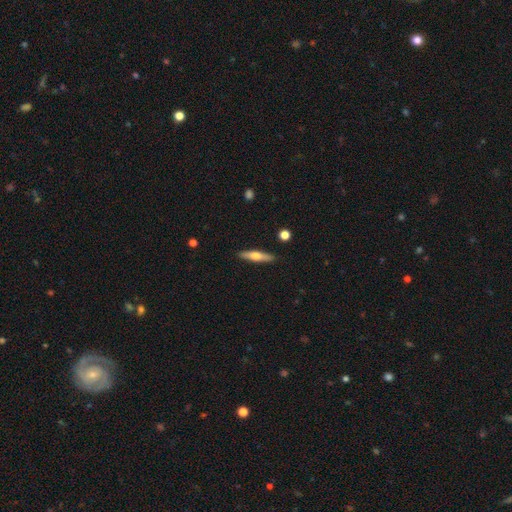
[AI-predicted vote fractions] This appears to be a smooth galaxy with no disk features (52%) that is cigar-shaped (81%). Merging: none (89%).